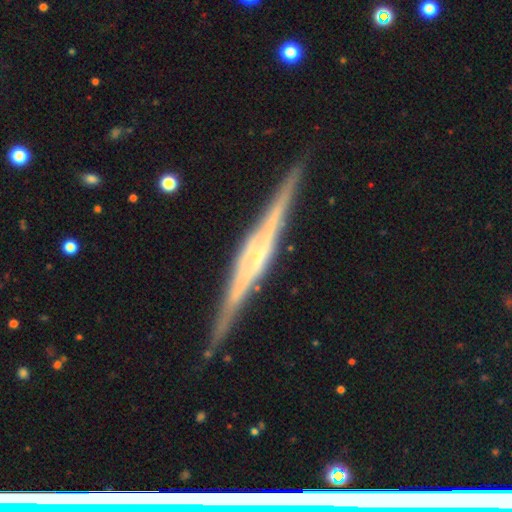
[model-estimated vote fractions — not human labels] Morphology: type=featured or disk (88%); edge-on=yes (98%); edge-on bulge=boxy (49%); merging=none (90%).